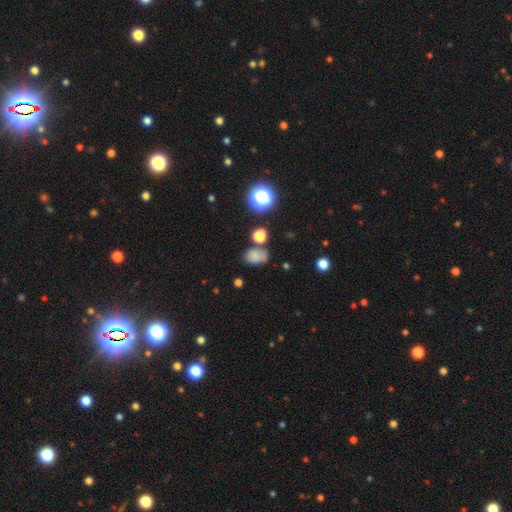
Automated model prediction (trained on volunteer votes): Smooth or featured? smooth (76%)
How rounded? in between (81%)
Merging? none (66%)